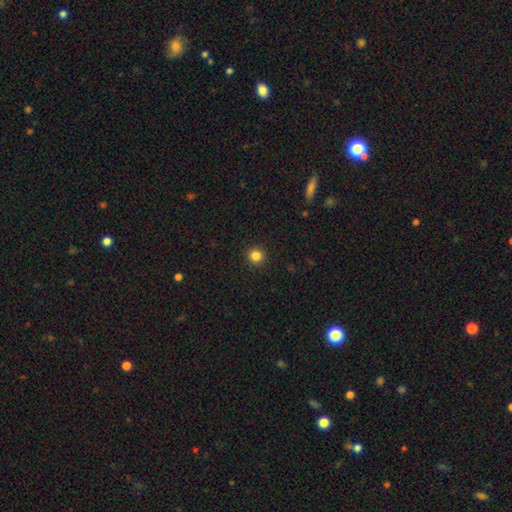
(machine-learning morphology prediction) smooth_or_featured: smooth (p=0.84) [alt: star or artifact p=0.12]
how_rounded: round (p=0.95) [alt: in between p=0.04]
merging: none (p=0.93) [alt: minor disturbance p=0.05]